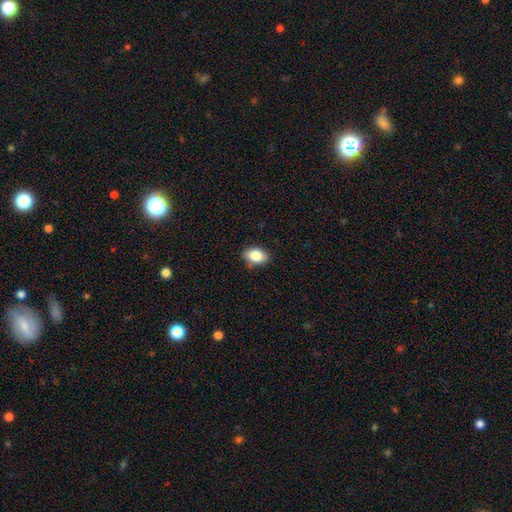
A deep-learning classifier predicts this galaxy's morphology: This appears to be a smooth galaxy with no disk features (85%) that is in between round and cigar-shaped (83%). Merging: none (83%).